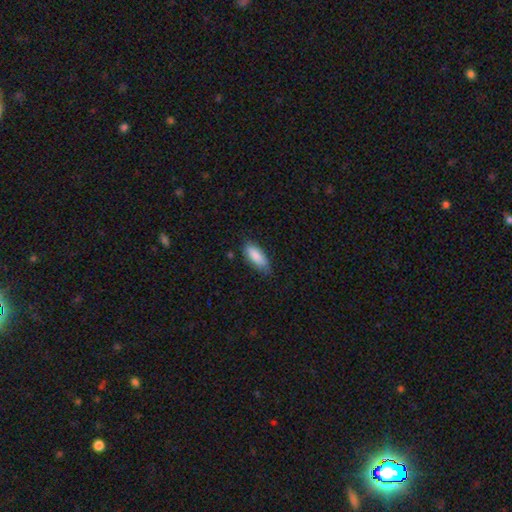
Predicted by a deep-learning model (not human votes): smooth-or-featured: smooth: 87% | featured or disk: 7% | star or artifact: 6%
  how-rounded: in between: 72% | cigar-shaped: 26% | round: 2%
  merging: none: 75% | minor disturbance: 21% | major disturbance: 3% | merger: 1%